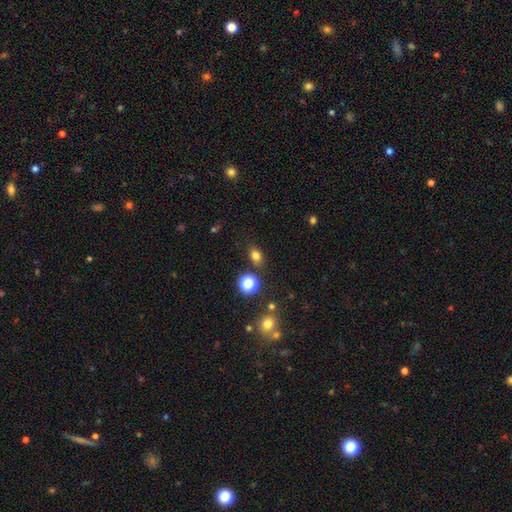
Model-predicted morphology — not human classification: The model was most divided on "how rounded": in between: 61%, round: 37%, cigar-shaped: 1%. More confident: merging — none (82%); smooth or featured — smooth (76%).